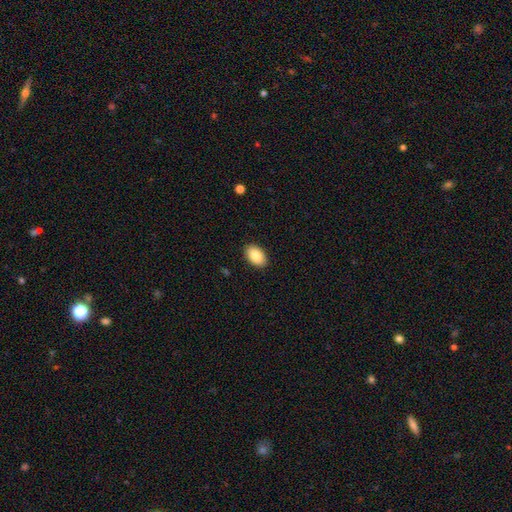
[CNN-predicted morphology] A smooth galaxy with no disk features (87%) that is in between round and cigar-shaped (91%).

Vote fractions:
- Smooth or featured? smooth: 87% / star or artifact: 7% / featured or disk: 6%
- How rounded? in between: 91% / round: 8% / cigar-shaped: 1%
- Merging? none: 90% / minor disturbance: 7% / major disturbance: 2% / merger: 1%